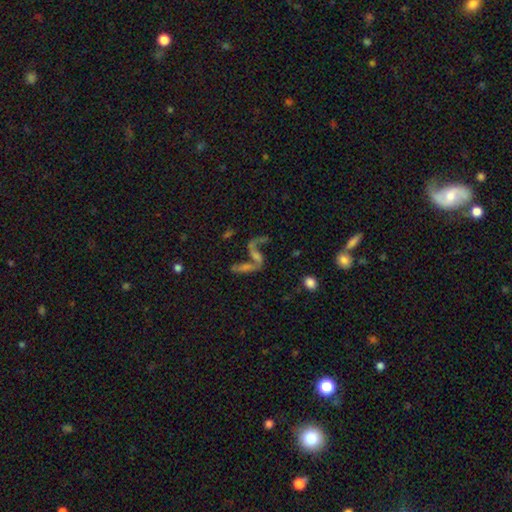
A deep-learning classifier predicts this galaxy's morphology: smooth_or_featured: featured or disk (p=0.62) [alt: star or artifact p=0.21]
disk_edge_on: no (p=0.92) [alt: yes p=0.08]
bar: no (p=0.50) [alt: weak p=0.31]
has_spiral_arms: yes (p=0.78) [alt: no p=0.22]
bulge_size: none (p=0.34) [tied with: small p=0.34]
merging: none (p=0.38) [alt: merger p=0.34]